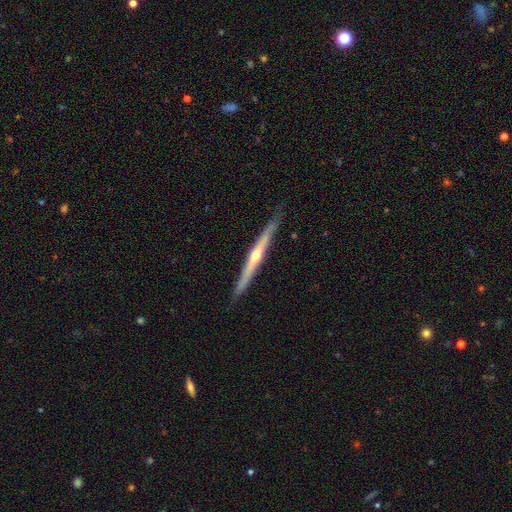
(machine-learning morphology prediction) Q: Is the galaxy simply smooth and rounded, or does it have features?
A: featured or disk — 75%.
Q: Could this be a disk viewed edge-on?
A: yes — 98%.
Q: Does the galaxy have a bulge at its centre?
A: rounded — 82%.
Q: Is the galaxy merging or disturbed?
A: none — 87%.